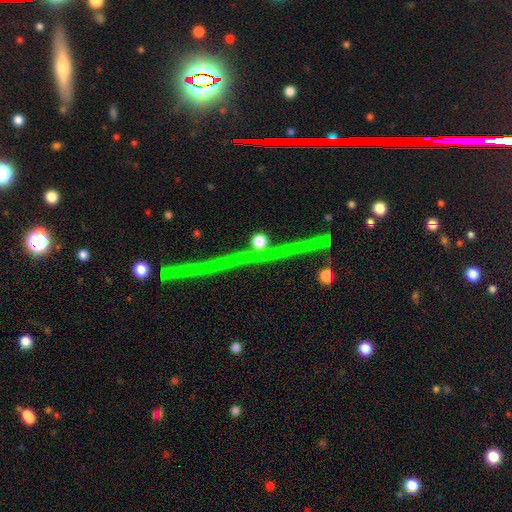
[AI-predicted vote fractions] Overall: star or artifact (45%; featured or disk 34%).